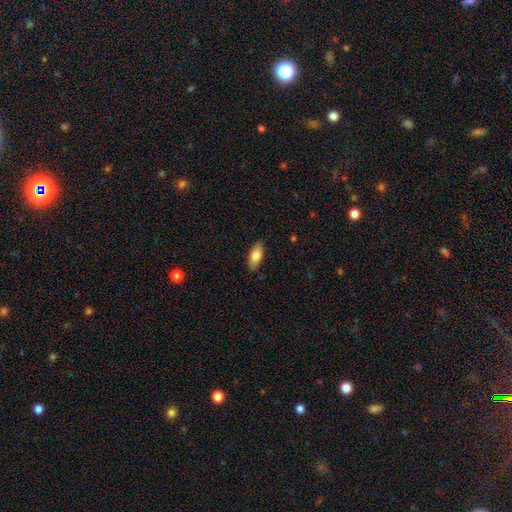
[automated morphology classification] The model was most divided on "smooth or featured": smooth: 81%, featured or disk: 13%, star or artifact: 6%. More confident: merging — none (86%); how rounded — in between (85%).